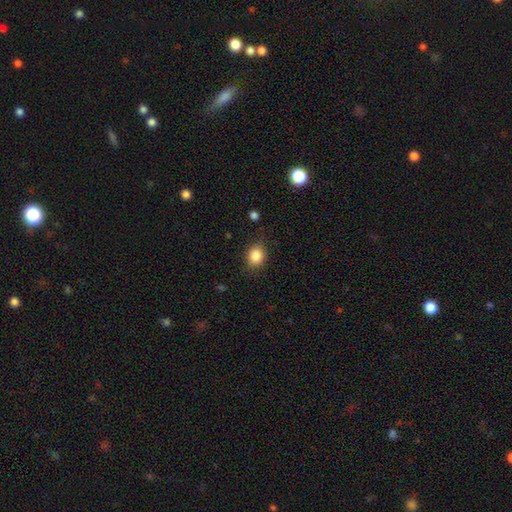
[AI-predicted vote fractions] This is clearly a smooth galaxy (85%). How rounded: possibly round (58%). Merging: likely none (79%).